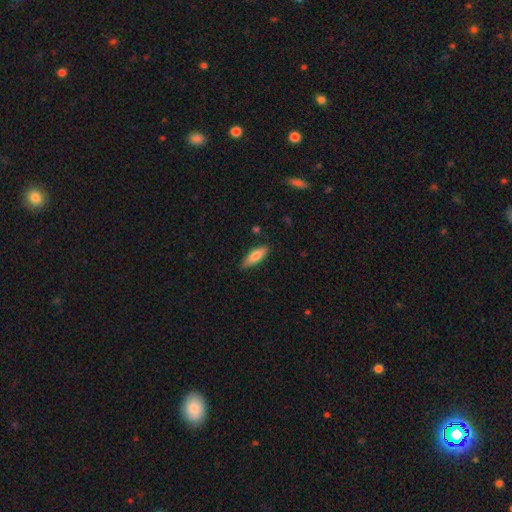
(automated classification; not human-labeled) A smooth galaxy with no disk features (75%) that is in between round and cigar-shaped (55%).

Vote fractions:
- Smooth or featured? smooth: 75% / featured or disk: 19% / star or artifact: 6%
- How rounded? in between: 55% / cigar-shaped: 43% / round: 2%
- Merging? none: 82% / minor disturbance: 14% / major disturbance: 2% / merger: 2%